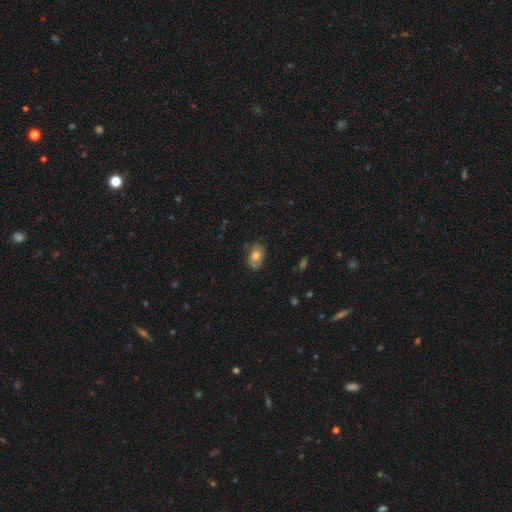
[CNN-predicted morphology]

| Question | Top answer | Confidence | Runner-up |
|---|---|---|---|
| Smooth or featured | smooth | 74% | featured or disk (17%) |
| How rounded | in between | 86% | round (12%) |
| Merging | none | 76% | minor disturbance (19%) |